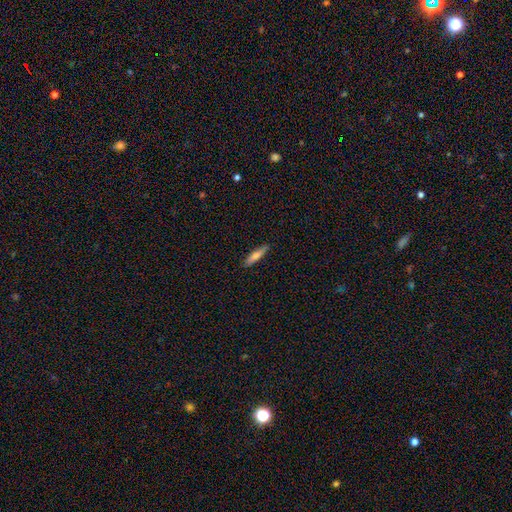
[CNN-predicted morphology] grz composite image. It shows a smooth galaxy with no disk features (65%) that is cigar-shaped (82%). Merging: none (88%).